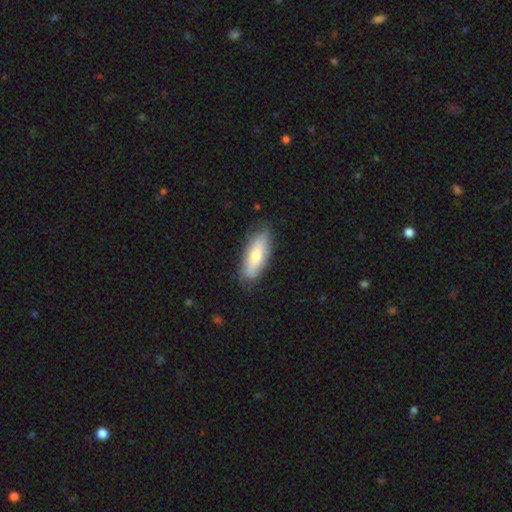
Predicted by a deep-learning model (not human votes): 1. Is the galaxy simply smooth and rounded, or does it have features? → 66% smooth, 28% featured or disk, 6% star or artifact.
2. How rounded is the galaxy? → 72% in between, 26% cigar-shaped, 2% round.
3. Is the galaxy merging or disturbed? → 80% none, 15% minor disturbance, 3% major disturbance, 1% merger.